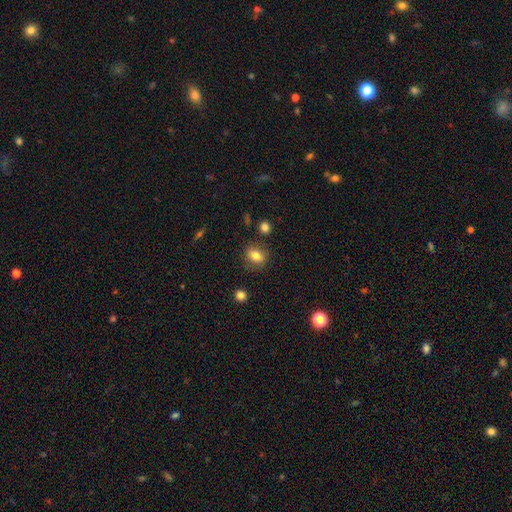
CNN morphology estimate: A smooth galaxy with no disk features (79%) that is in between round and cigar-shaped (57%).

Vote fractions:
- Smooth or featured? smooth: 79% / featured or disk: 11% / star or artifact: 10%
- How rounded? in between: 57% / round: 41% / cigar-shaped: 2%
- Merging? none: 80% / minor disturbance: 13% / major disturbance: 4% / merger: 3%